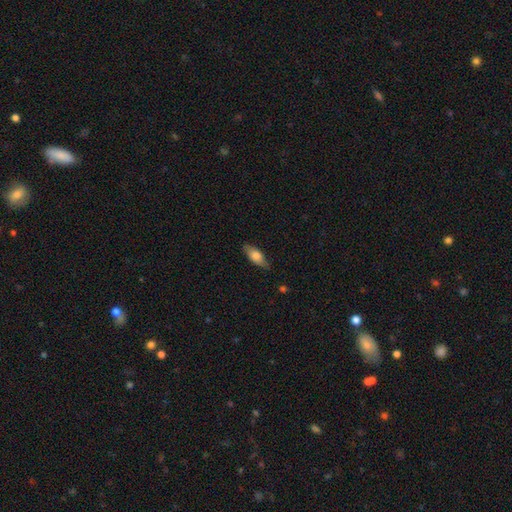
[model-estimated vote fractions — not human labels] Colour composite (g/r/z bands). It shows a smooth galaxy with no disk features (72%) that is in between round and cigar-shaped (76%). Merging: none (81%).